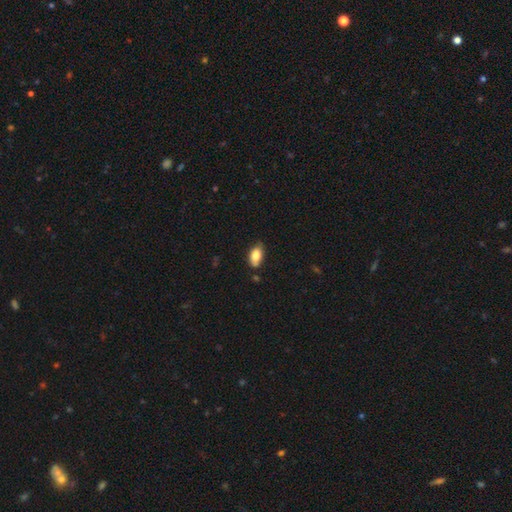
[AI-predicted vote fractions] The model was most divided on "merging": none: 69%, minor disturbance: 23%, merger: 4%, major disturbance: 4%. More confident: how rounded — in between (92%); smooth or featured — smooth (82%).